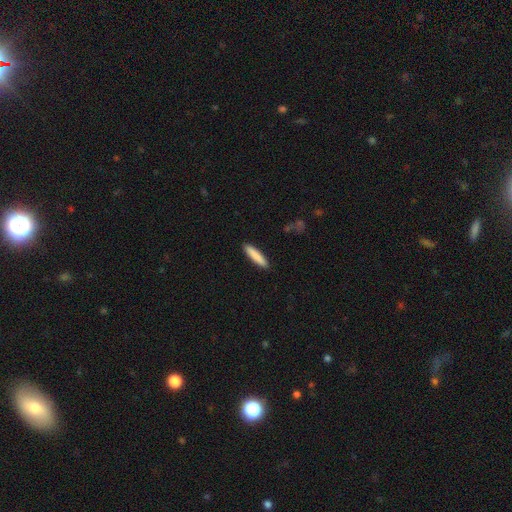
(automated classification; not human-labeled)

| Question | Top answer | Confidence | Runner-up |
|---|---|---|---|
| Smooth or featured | smooth | 86% | featured or disk (9%) |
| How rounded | cigar-shaped | 87% | in between (11%) |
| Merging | none | 91% | minor disturbance (6%) |